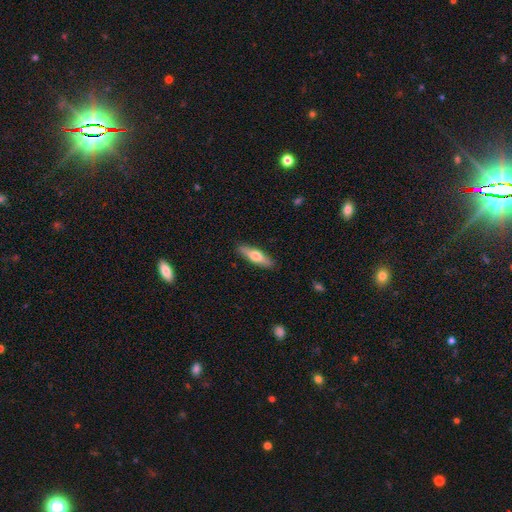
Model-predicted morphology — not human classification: A smooth galaxy with no disk features (56%) that is cigar-shaped (66%). Merging: none (89%).